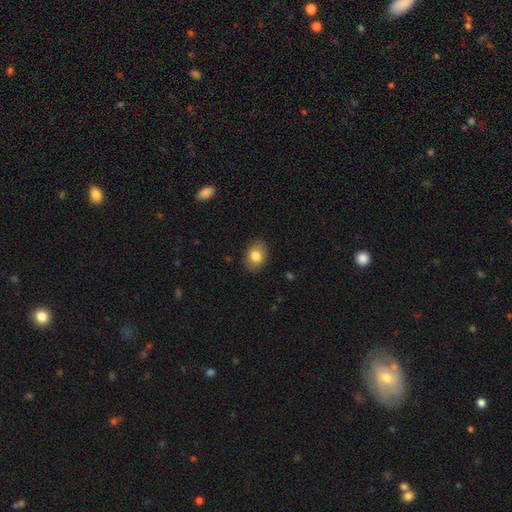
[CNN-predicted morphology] type=smooth (82%); roundness=in between (74%); merging=none (87%).